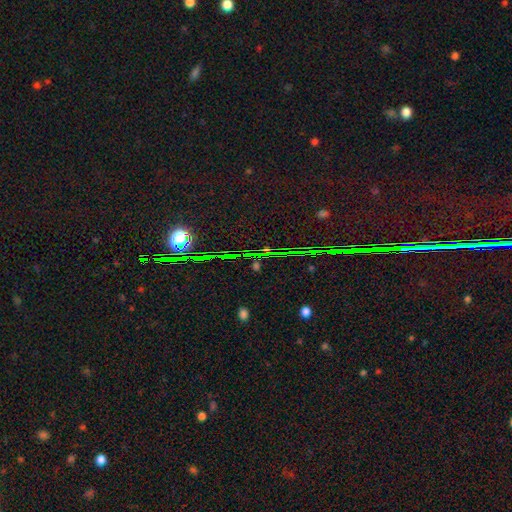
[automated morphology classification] Smooth or featured?
  - star or artifact: 85% *
  - smooth: 8%
  - featured or disk: 7%